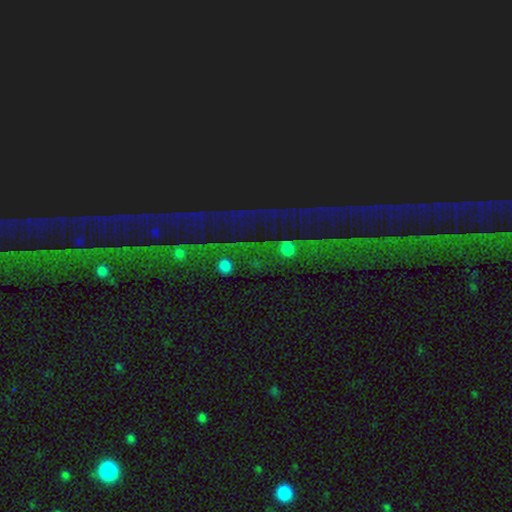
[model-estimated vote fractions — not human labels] smooth_or_featured: star or artifact (p=0.84) [alt: featured or disk p=0.08]